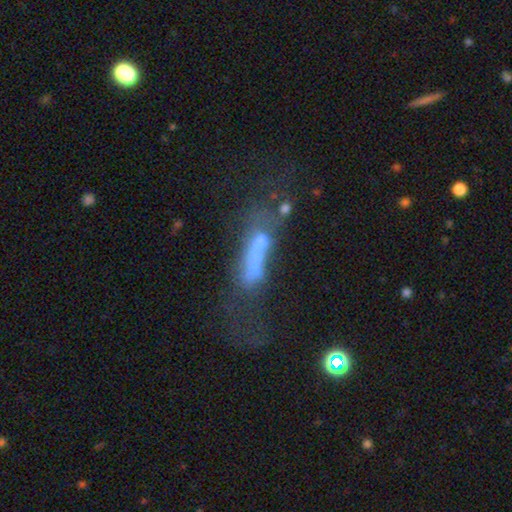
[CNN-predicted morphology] type=featured or disk (42%); merging=major disturbance (36%).